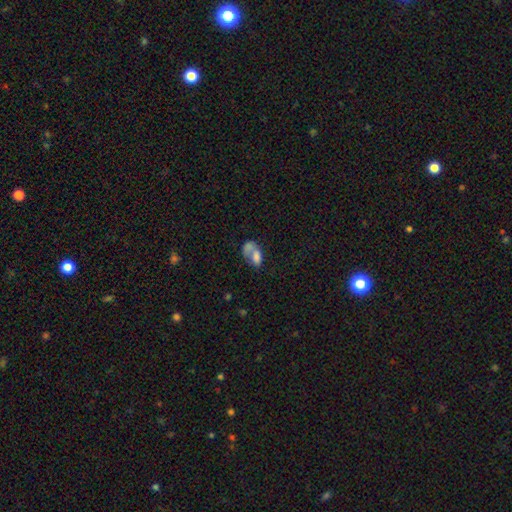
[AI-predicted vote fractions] Overall: smooth (65%; featured or disk 25%). How rounded: in between (85%). Merging: merger (50%; none 20%).